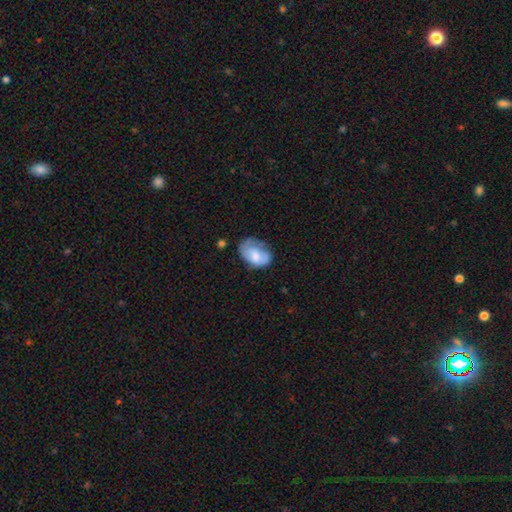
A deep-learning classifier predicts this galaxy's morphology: Smooth or featured?
  - smooth: 62% *
  - featured or disk: 31%
  - star or artifact: 7%
How rounded?
  - in between: 82% *
  - round: 17%
  - cigar-shaped: 1%
Merging?
  - none: 41% *
  - minor disturbance: 35%
  - major disturbance: 19%
  - merger: 4%